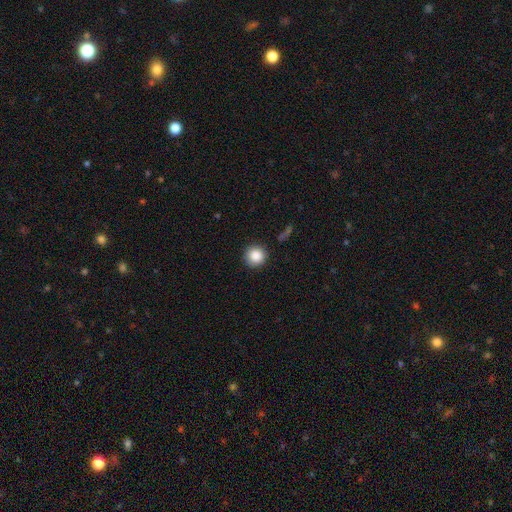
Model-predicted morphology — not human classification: smooth-or-featured: smooth: 87% | star or artifact: 9% | featured or disk: 4%
  how-rounded: round: 94% | in between: 5% | cigar-shaped: 1%
  merging: none: 89% | minor disturbance: 7% | major disturbance: 2% | merger: 1%